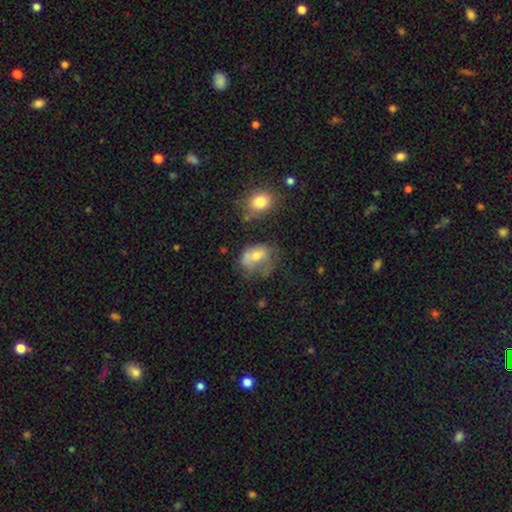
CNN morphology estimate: smooth-or-featured: smooth: 52% | featured or disk: 36% | star or artifact: 12%
  how-rounded: in between: 63% | round: 36% | cigar-shaped: 1%
  merging: none: 33% | major disturbance: 32% | minor disturbance: 27% | merger: 8%